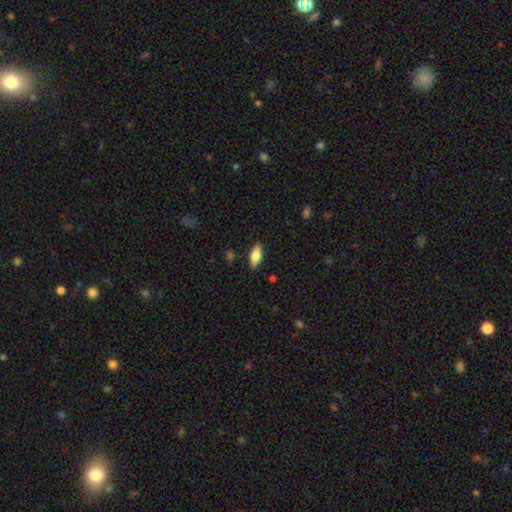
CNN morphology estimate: A smooth galaxy with no disk features (74%) that is in between round and cigar-shaped (85%).

Vote fractions:
- Smooth or featured? smooth: 74% / featured or disk: 20% / star or artifact: 7%
- How rounded? in between: 85% / cigar-shaped: 12% / round: 3%
- Merging? none: 87% / minor disturbance: 10% / major disturbance: 2% / merger: 1%